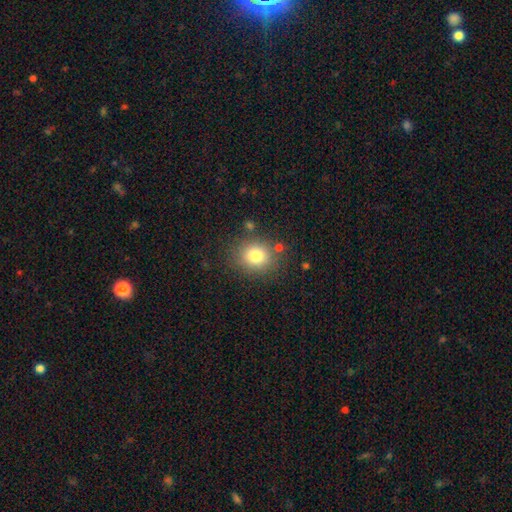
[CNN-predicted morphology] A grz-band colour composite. It shows a smooth galaxy with no disk features (79%) that is round (75%). Merging: none (80%).